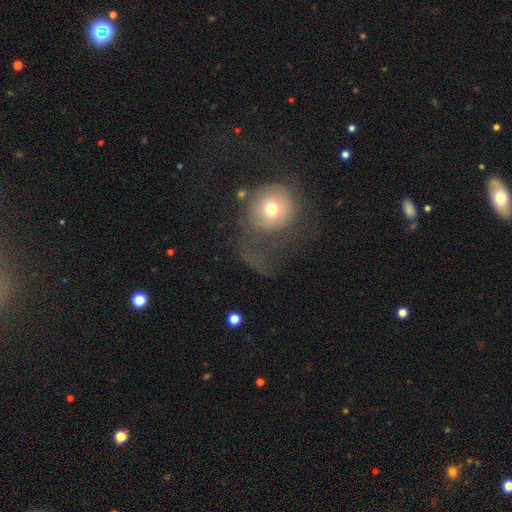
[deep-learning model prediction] Smooth or featured?
  - smooth: 56% *
  - featured or disk: 29%
  - star or artifact: 15%
How rounded?
  - round: 86% *
  - in between: 13%
  - cigar-shaped: 1%
Merging?
  - major disturbance: 53% *
  - none: 27%
  - minor disturbance: 15%
  - merger: 4%